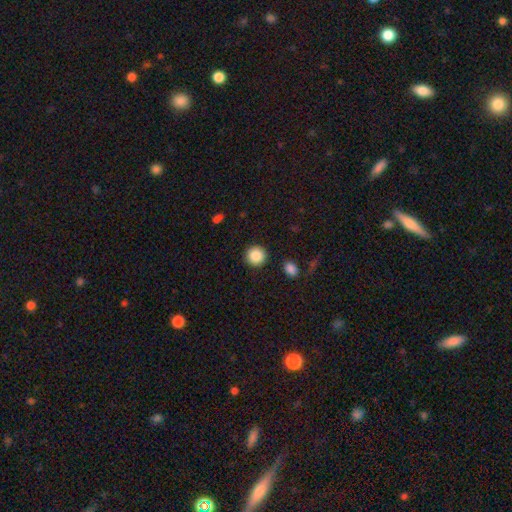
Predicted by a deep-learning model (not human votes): smooth-or-featured: smooth: 87% | star or artifact: 8% | featured or disk: 4%
  how-rounded: round: 94% | in between: 5% | cigar-shaped: 1%
  merging: none: 91% | minor disturbance: 5% | major disturbance: 2% | merger: 2%